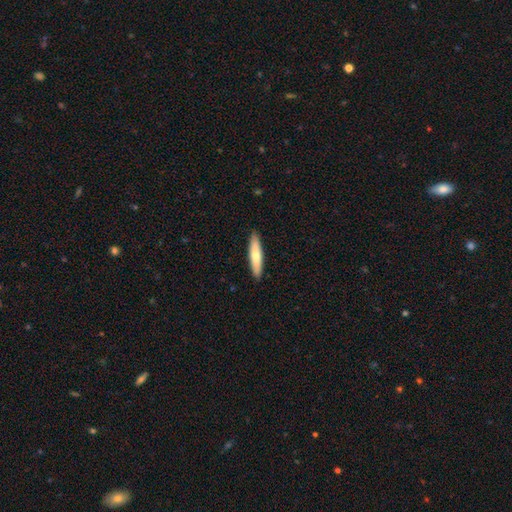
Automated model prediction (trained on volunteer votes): The model was most divided on "smooth or featured": smooth: 69%, featured or disk: 26%, star or artifact: 5%. More confident: merging — none (91%); how rounded — cigar-shaped (83%).